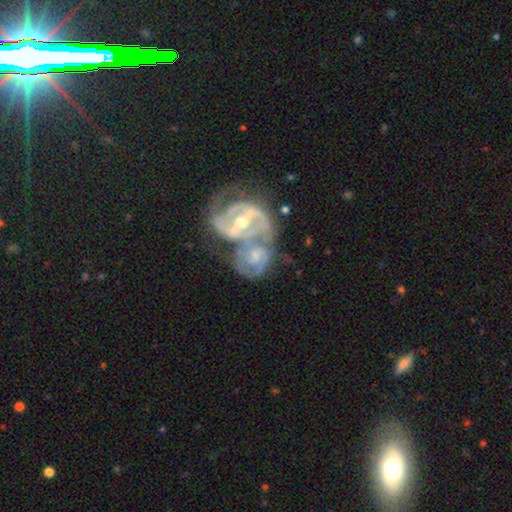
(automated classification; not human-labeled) A featured or disk galaxy (80%) with no bar (39%), 2 (58%) tight (45%) spiral arms (84%) and a moderate central bulge (62%). Merging: merger (71%).